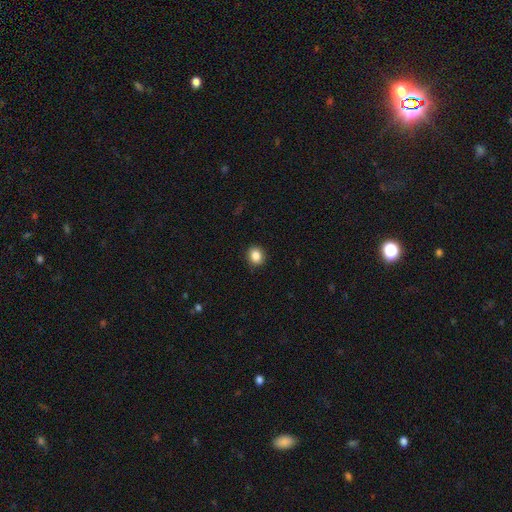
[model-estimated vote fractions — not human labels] smooth 86%, star or artifact 10%, featured or disk 4%. Down the decision tree: how rounded — round (67%); merging — none (90%).